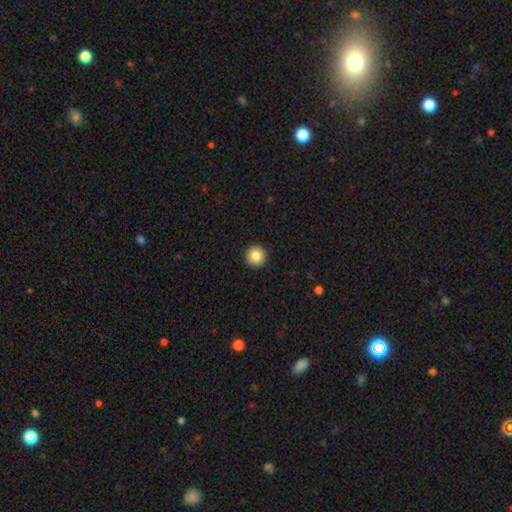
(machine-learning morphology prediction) type=smooth (87%); roundness=round (96%); merging=none (93%).